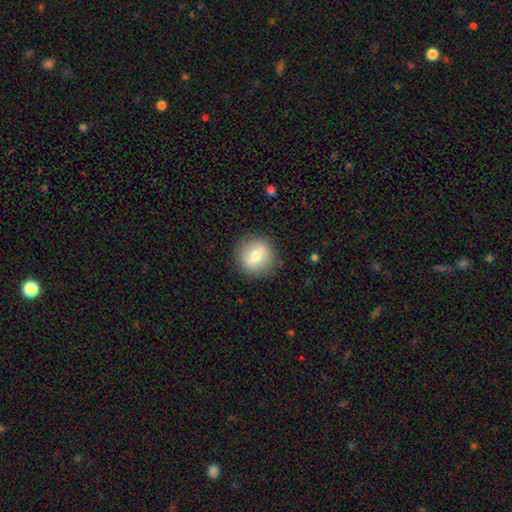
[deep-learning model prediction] Smooth or featured: smooth — 66% (featured or disk — 26%)
How rounded: round — 88% (in between — 11%)
Merging: none — 87% (minor disturbance — 9%)